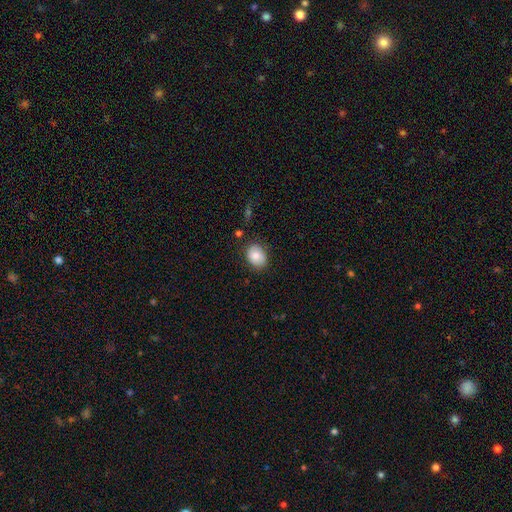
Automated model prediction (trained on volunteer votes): smooth-or-featured: smooth: 79% | featured or disk: 13% | star or artifact: 8%
  how-rounded: in between: 62% | round: 37% | cigar-shaped: 1%
  merging: none: 81% | minor disturbance: 13% | major disturbance: 3% | merger: 2%